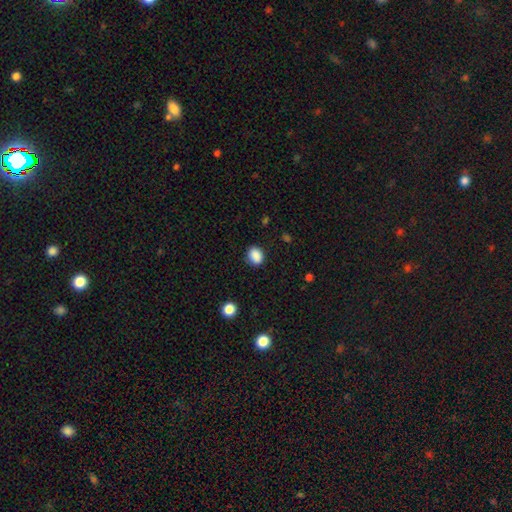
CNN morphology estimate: smooth 89%, star or artifact 9%, featured or disk 3%. Down the decision tree: how rounded — in between (51%); merging — none (86%).